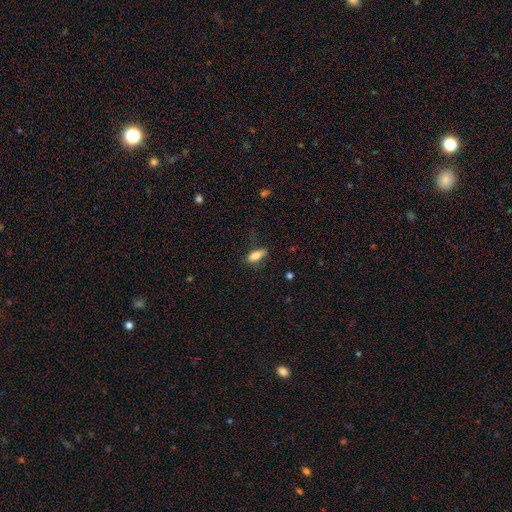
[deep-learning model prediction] Smooth or featured?
  - smooth: 81% *
  - featured or disk: 12%
  - star or artifact: 7%
How rounded?
  - in between: 72% *
  - cigar-shaped: 25%
  - round: 3%
Merging?
  - none: 72% *
  - minor disturbance: 21%
  - major disturbance: 6%
  - merger: 2%